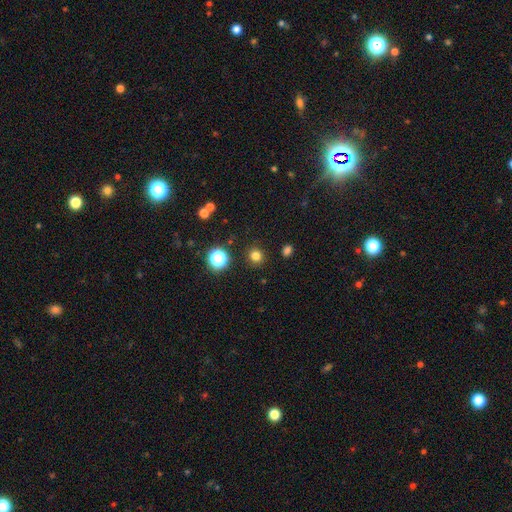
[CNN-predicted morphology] type=smooth (79%); roundness=round (89%); merging=none (90%).